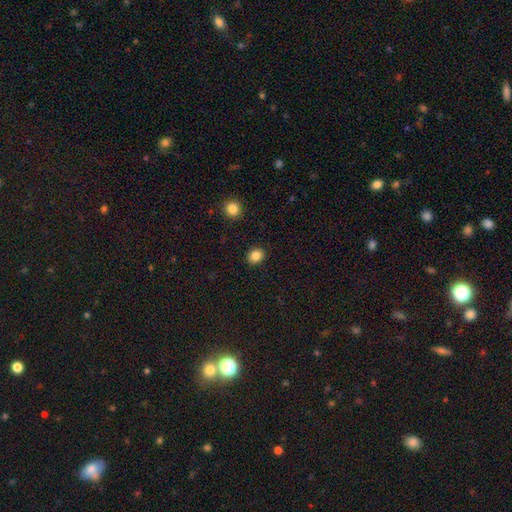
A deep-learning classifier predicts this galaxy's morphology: smooth_or_featured: smooth (p=0.85) [alt: star or artifact p=0.10]
how_rounded: round (p=0.65) [alt: in between p=0.35]
merging: none (p=0.90) [alt: minor disturbance p=0.07]